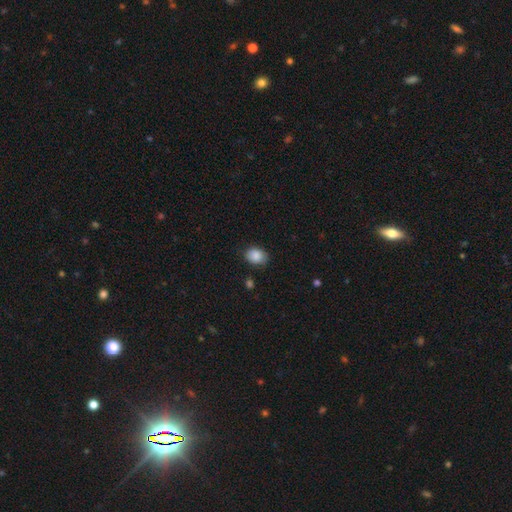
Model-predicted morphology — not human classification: This appears to be a smooth galaxy with no disk features (86%) that is in between round and cigar-shaped (68%). Merging: none (78%).